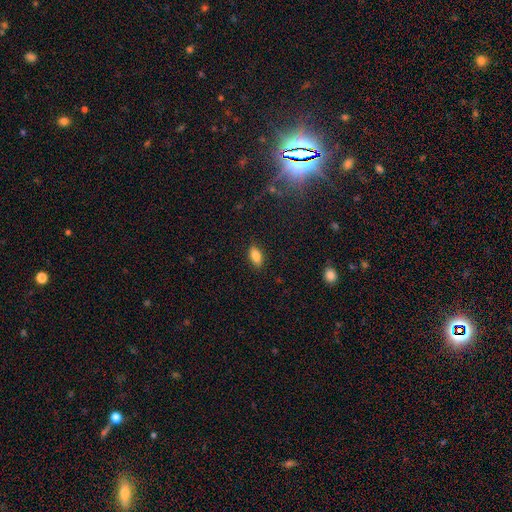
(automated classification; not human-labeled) Smooth or featured?
  - smooth: 81% *
  - featured or disk: 10%
  - star or artifact: 8%
How rounded?
  - in between: 86% *
  - cigar-shaped: 10%
  - round: 4%
Merging?
  - none: 87% *
  - minor disturbance: 10%
  - major disturbance: 2%
  - merger: 1%